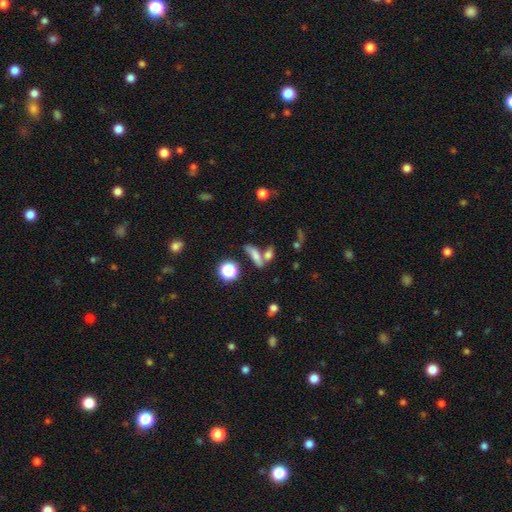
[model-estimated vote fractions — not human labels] Q: Smooth or featured?
A: smooth (64%); runner-up: featured or disk (20%)
Q: How rounded?
A: cigar-shaped (51%); runner-up: in between (36%)
Q: Merging?
A: none (49%); runner-up: merger (33%)